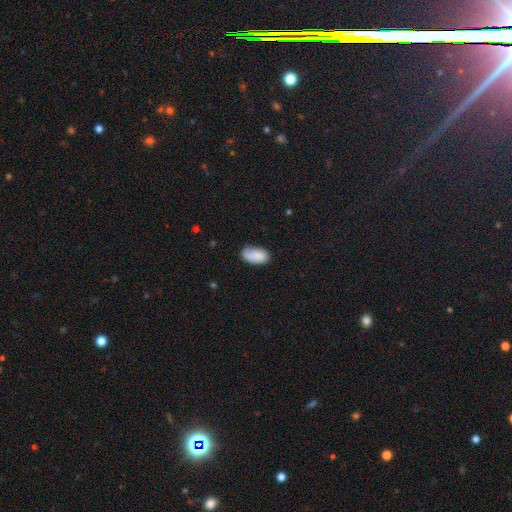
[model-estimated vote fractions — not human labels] The model was most divided on "merging": none: 71%, minor disturbance: 22%, major disturbance: 5%, merger: 2%. More confident: how rounded — in between (94%); smooth or featured — smooth (84%).